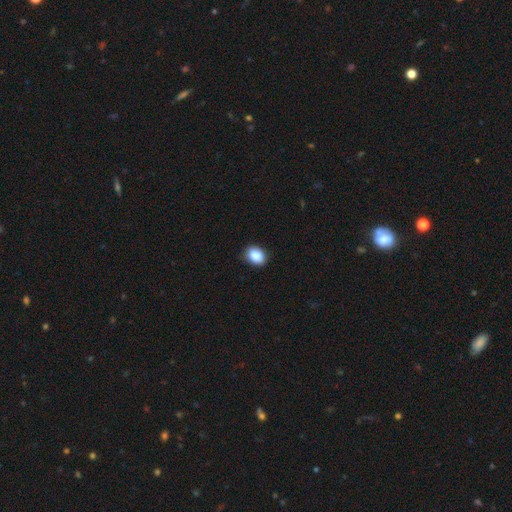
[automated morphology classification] Smooth or featured: smooth — 88% (star or artifact — 8%)
How rounded: in between — 68% (round — 31%)
Merging: none — 84% (minor disturbance — 13%)